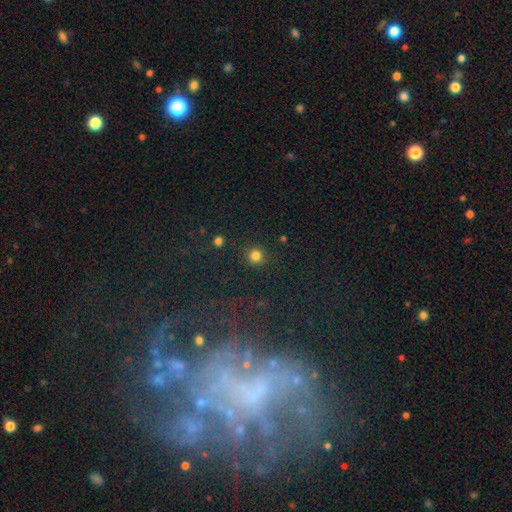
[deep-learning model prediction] Smooth or featured?
  - smooth: 81% *
  - star or artifact: 15%
  - featured or disk: 5%
How rounded?
  - round: 94% *
  - in between: 5%
  - cigar-shaped: 1%
Merging?
  - none: 90% *
  - minor disturbance: 6%
  - major disturbance: 3%
  - merger: 2%